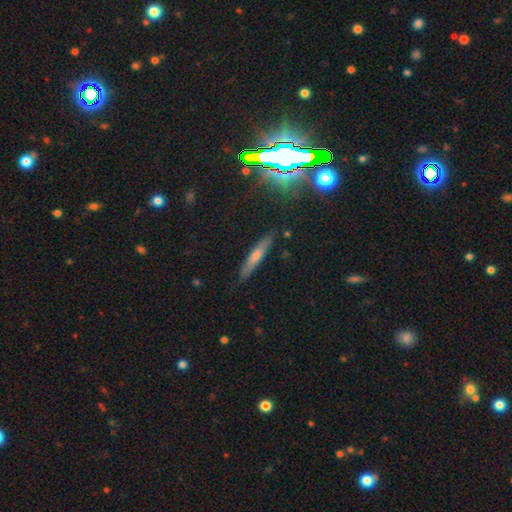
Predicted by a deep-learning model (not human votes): Overall: smooth (47%; featured or disk 40%). Merging: none (85%).